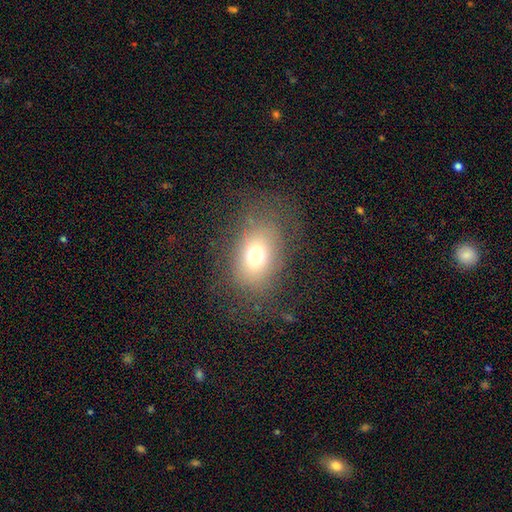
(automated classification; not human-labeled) Overall: smooth (67%). How rounded: in between (66%; round 33%). Merging: none (68%).